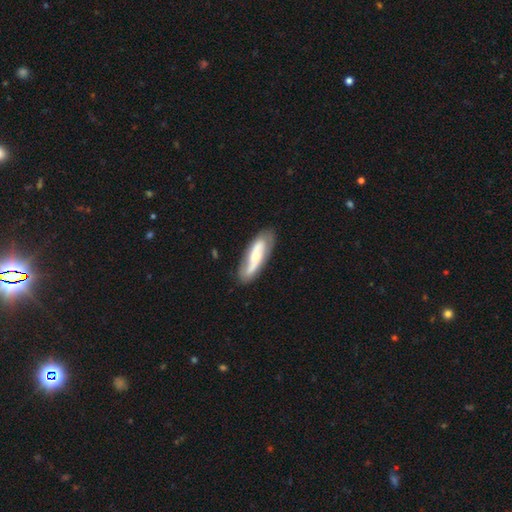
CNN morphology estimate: smooth-or-featured: featured or disk: 64% | smooth: 31% | star or artifact: 5%
  disk-edge-on: no: 83% | yes: 17%
    bar: no: 47% | weak: 29% | strong: 24%
    has-spiral-arms: yes: 82% | no: 18%
    bulge-size: moderate: 48% | small: 41% | large: 6% | none: 3% | dominant: 1%
  merging: none: 77% | minor disturbance: 16% | major disturbance: 5% | merger: 2%